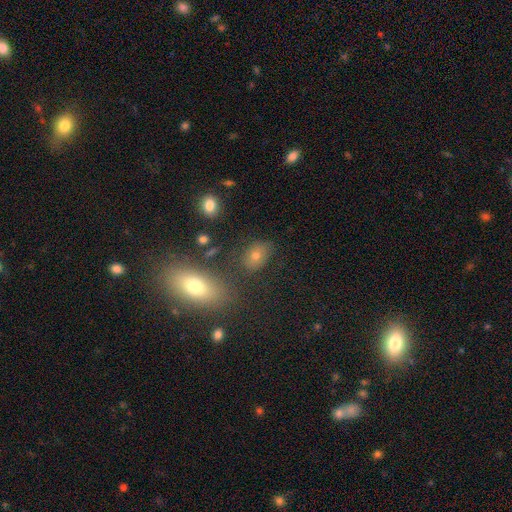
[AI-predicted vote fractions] Overall: smooth (69%). How rounded: in between (78%). Merging: none (74%).